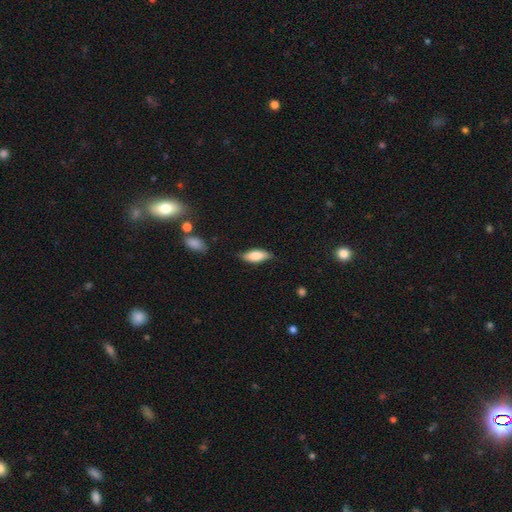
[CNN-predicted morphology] Smooth or featured?
  - smooth: 75% *
  - featured or disk: 18%
  - star or artifact: 6%
How rounded?
  - in between: 75% *
  - cigar-shaped: 22%
  - round: 2%
Merging?
  - none: 76% *
  - minor disturbance: 18%
  - major disturbance: 4%
  - merger: 2%